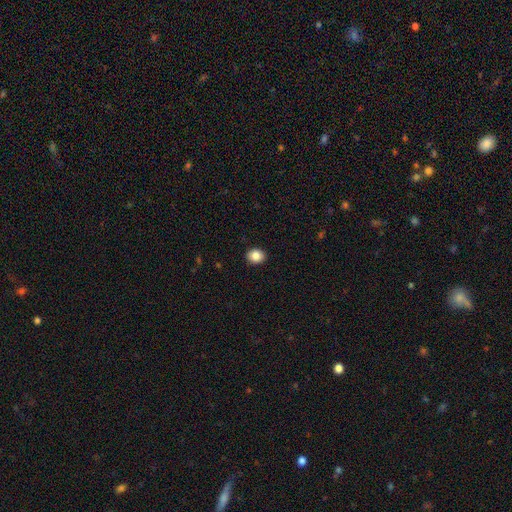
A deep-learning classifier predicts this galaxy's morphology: smooth 86%, star or artifact 9%, featured or disk 5%. Down the decision tree: how rounded — round (57%); merging — none (91%).